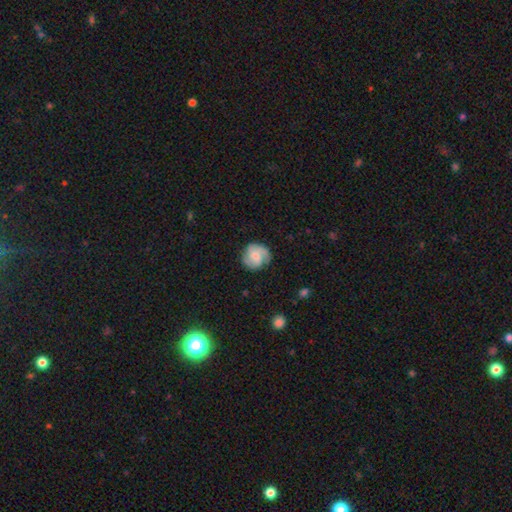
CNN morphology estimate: This appears to be a featured or disk galaxy (56%) with no bar (62%), 2 (40%) medium (43%) spiral arms (91%) and a small central bulge (48%). Merging: none (77%).